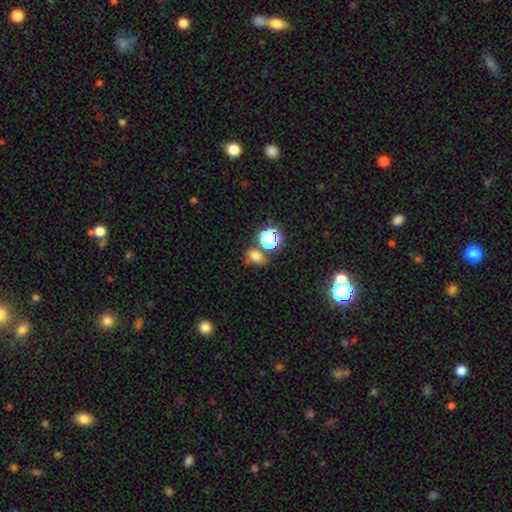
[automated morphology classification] smooth_or_featured: smooth (p=0.67) [alt: star or artifact p=0.25]
how_rounded: in between (p=0.64) [alt: round p=0.34]
merging: none (p=0.64) [alt: merger p=0.15]